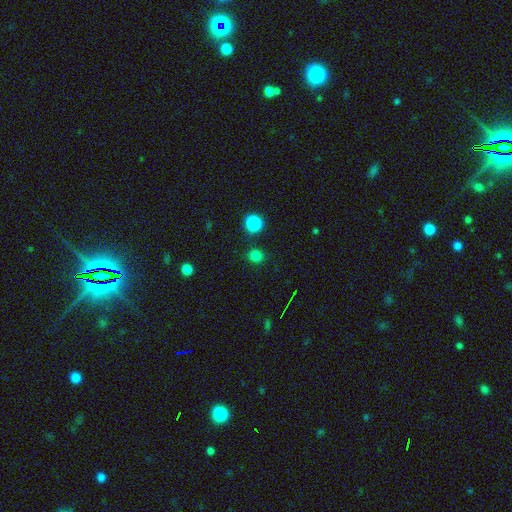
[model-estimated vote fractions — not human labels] Smooth or featured?
  - smooth: 79% *
  - star or artifact: 17%
  - featured or disk: 4%
How rounded?
  - round: 85% *
  - in between: 14%
  - cigar-shaped: 1%
Merging?
  - none: 85% *
  - minor disturbance: 7%
  - merger: 5%
  - major disturbance: 3%